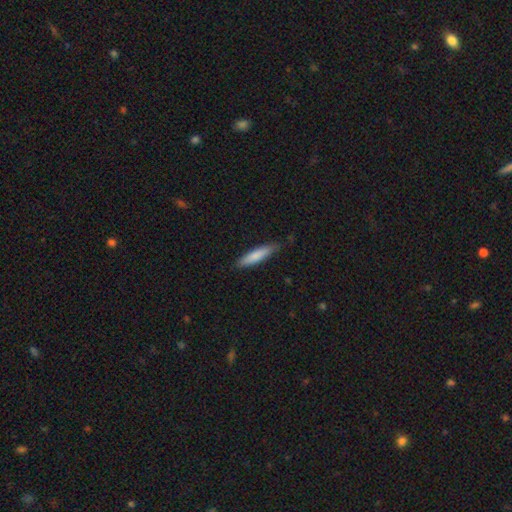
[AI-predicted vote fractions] Smooth or featured? Predicted: smooth (p=0.78). How rounded? Predicted: cigar-shaped (p=0.82). Merging? Predicted: none (p=0.83).